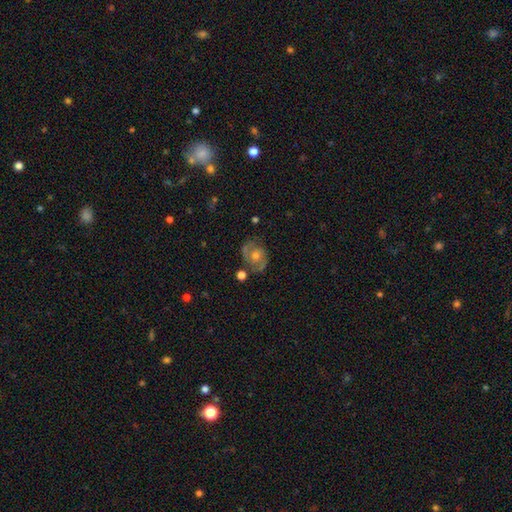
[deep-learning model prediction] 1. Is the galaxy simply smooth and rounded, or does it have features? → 69% featured or disk, 22% smooth, 9% star or artifact.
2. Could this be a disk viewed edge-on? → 97% no, 3% yes.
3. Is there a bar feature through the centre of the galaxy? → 74% no, 22% weak, 4% strong.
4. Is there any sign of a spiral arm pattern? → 79% yes, 21% no.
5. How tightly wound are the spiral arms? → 45% medium, 39% tight, 16% loose.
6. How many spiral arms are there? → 77% 2, 14% can't tell, 4% 1, 3% 3, 1% 4, 1% more than 4.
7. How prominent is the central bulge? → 63% moderate, 29% small, 5% large, 2% none, 1% dominant.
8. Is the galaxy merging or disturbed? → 72% none, 17% minor disturbance, 7% major disturbance, 4% merger.